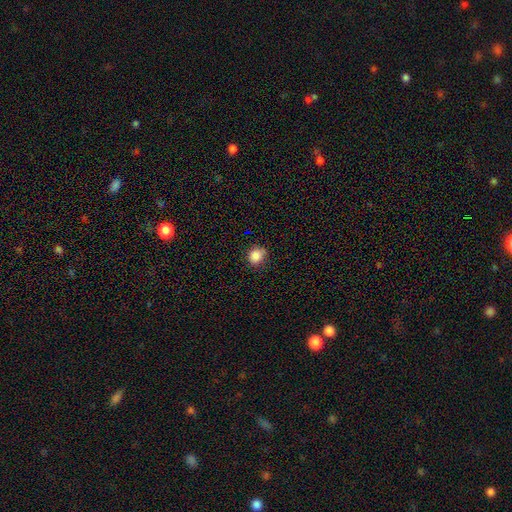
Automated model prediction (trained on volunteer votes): Morphology: type=smooth (86%); roundness=round (69%); merging=none (76%).